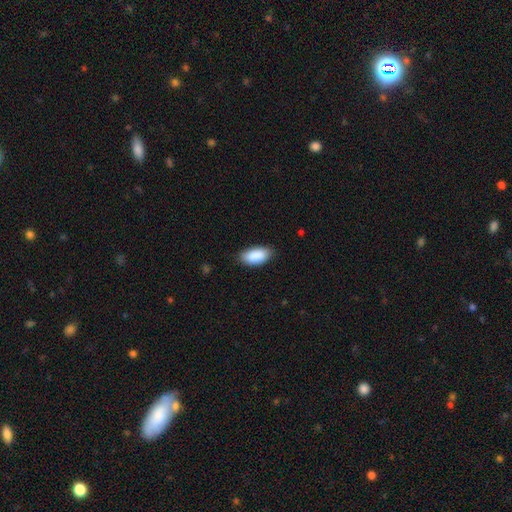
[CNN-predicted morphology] Overall: smooth (90%). How rounded: in between (94%). Merging: none (82%).